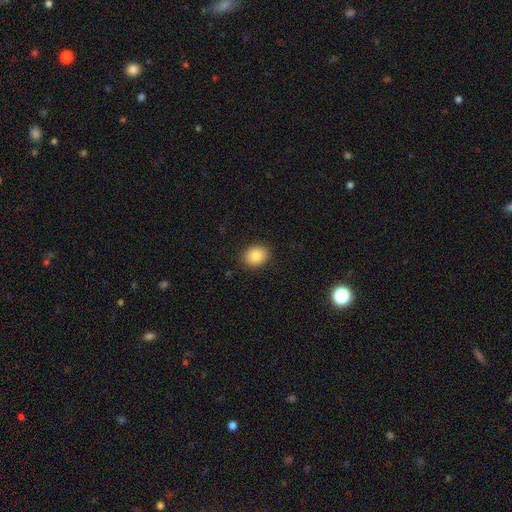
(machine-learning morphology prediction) This appears to be a smooth galaxy with no disk features (84%) that is round (61%). Merging: none (90%).